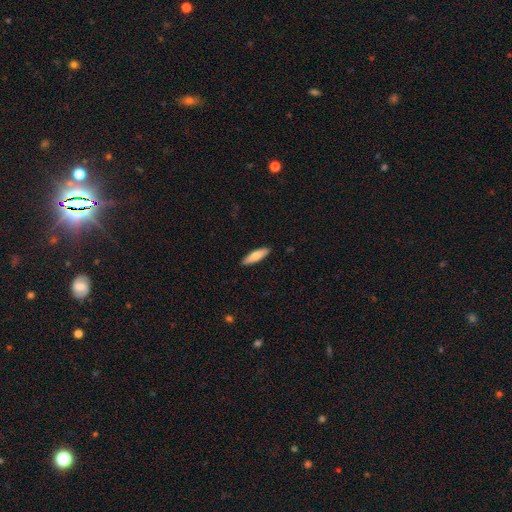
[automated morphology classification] smooth-or-featured: smooth: 73% | featured or disk: 21% | star or artifact: 5%
  how-rounded: cigar-shaped: 63% | in between: 35% | round: 2%
  merging: none: 90% | minor disturbance: 7% | major disturbance: 1% | merger: 1%